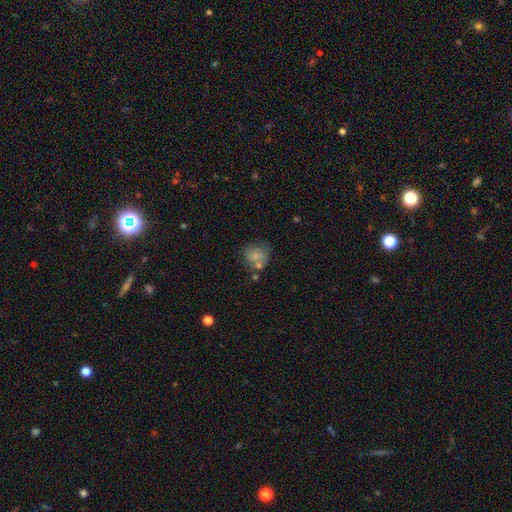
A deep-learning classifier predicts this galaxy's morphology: smooth 73%, featured or disk 17%, star or artifact 11%. Down the decision tree: how rounded — round (67%); merging — none (47%).